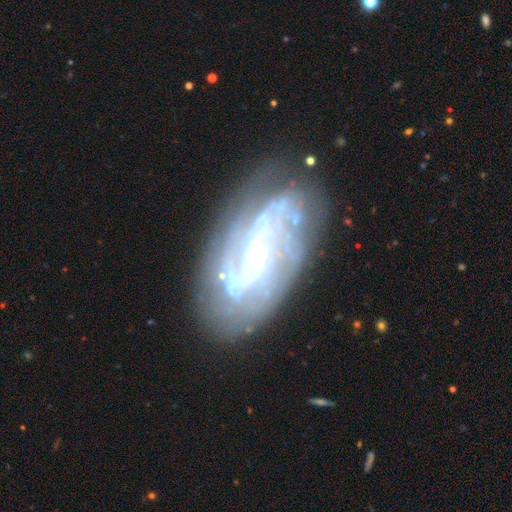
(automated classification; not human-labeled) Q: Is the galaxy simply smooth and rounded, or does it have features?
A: featured or disk — 84%.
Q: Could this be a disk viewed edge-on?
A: no — 94%.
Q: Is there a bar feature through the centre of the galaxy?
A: no — 62%.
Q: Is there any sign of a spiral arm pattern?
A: yes — 93%.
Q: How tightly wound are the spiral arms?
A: tight — 64%.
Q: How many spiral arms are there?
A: can't tell — 36%.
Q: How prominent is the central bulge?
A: small — 72%.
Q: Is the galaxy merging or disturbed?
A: none — 74%.